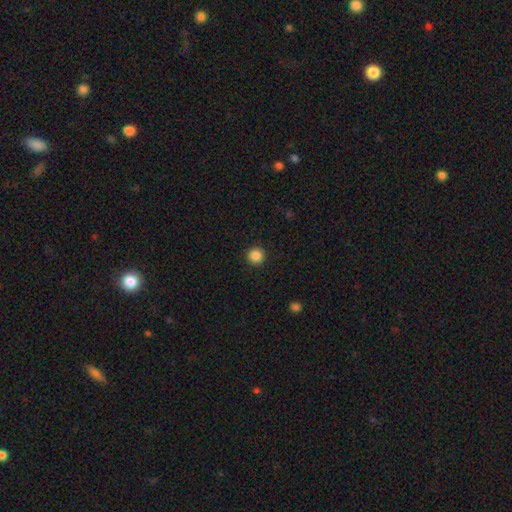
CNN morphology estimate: type=smooth (86%); roundness=round (96%); merging=none (93%).